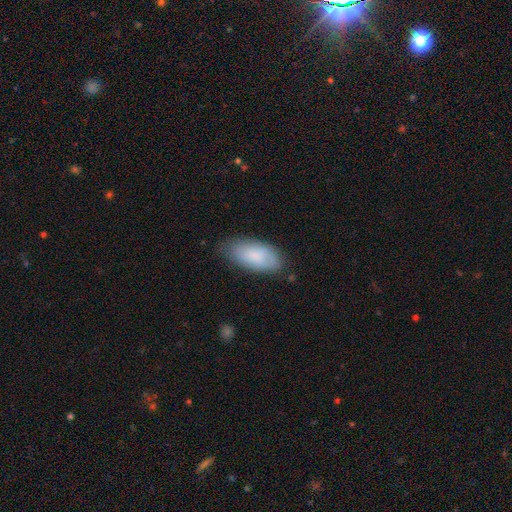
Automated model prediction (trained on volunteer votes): This appears to be a smooth galaxy with no disk features (82%) that is in between round and cigar-shaped (90%). Merging: none (72%).